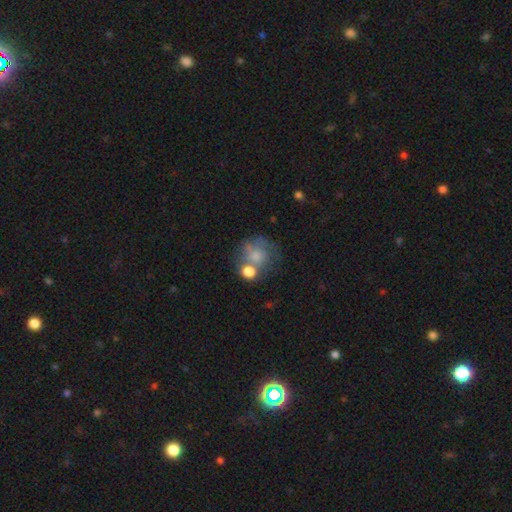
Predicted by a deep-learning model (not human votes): Smooth or featured: smooth — 62% (featured or disk — 27%)
How rounded: round — 77% (in between — 22%)
Merging: none — 39% (merger — 28%)